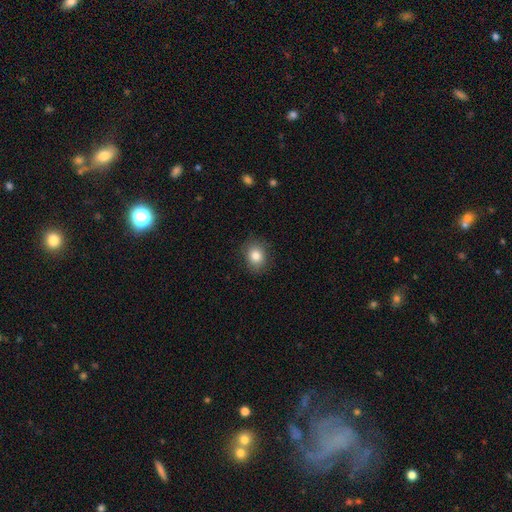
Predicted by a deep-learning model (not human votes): Smooth or featured?
  - smooth: 83% *
  - star or artifact: 10%
  - featured or disk: 7%
How rounded?
  - round: 61% *
  - in between: 38%
  - cigar-shaped: 1%
Merging?
  - none: 87% *
  - minor disturbance: 10%
  - major disturbance: 3%
  - merger: 1%